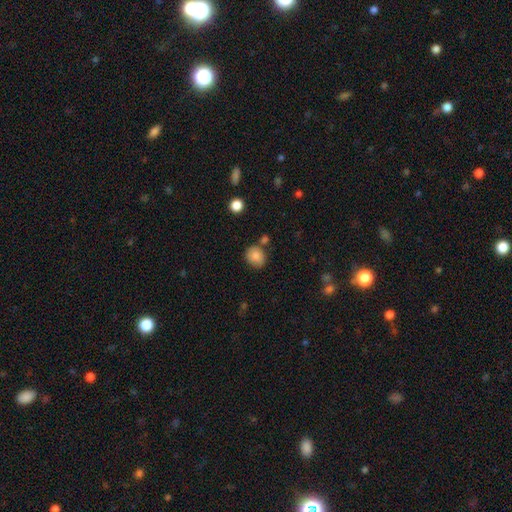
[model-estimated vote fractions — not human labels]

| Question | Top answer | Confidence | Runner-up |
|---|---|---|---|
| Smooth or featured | smooth | 85% | star or artifact (9%) |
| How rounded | round | 69% | in between (30%) |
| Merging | none | 69% | minor disturbance (17%) |